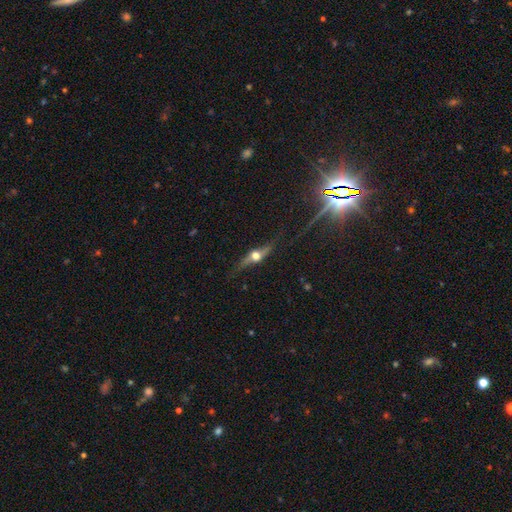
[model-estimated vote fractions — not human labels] This appears to be a featured or disk galaxy (74%) viewed edge-on (89%) with a rounded central bulge (96%). Merging: none (77%).